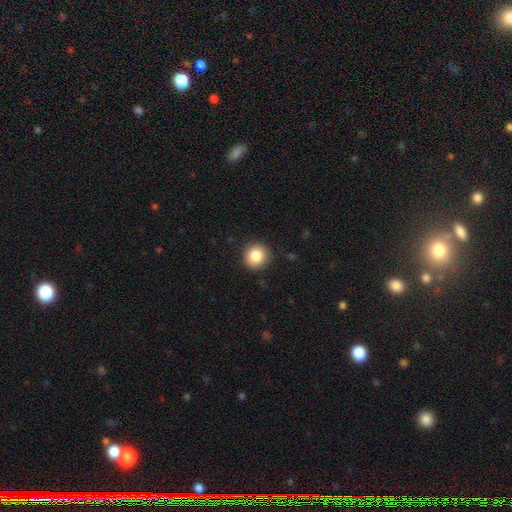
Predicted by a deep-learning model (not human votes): smooth-or-featured: smooth: 86% | star or artifact: 9% | featured or disk: 6%
  how-rounded: round: 93% | in between: 6% | cigar-shaped: 1%
  merging: none: 89% | minor disturbance: 8% | major disturbance: 2% | merger: 1%